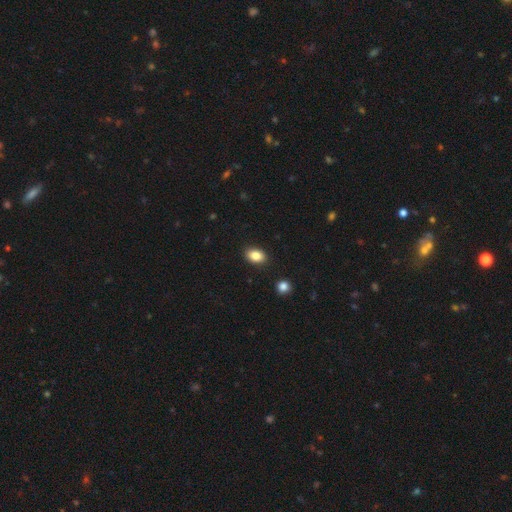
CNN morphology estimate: The model was most divided on "how rounded": in between: 84%, round: 14%, cigar-shaped: 1%. More confident: merging — none (89%); smooth or featured — smooth (85%).